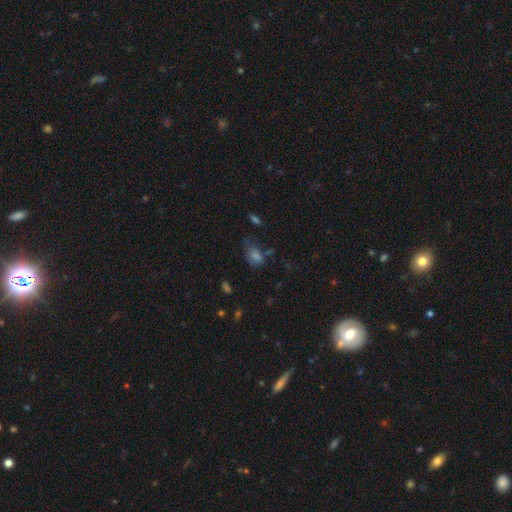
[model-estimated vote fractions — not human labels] A smooth galaxy with no disk features (59%) that is in between round and cigar-shaped (73%). Merging: none (53%).